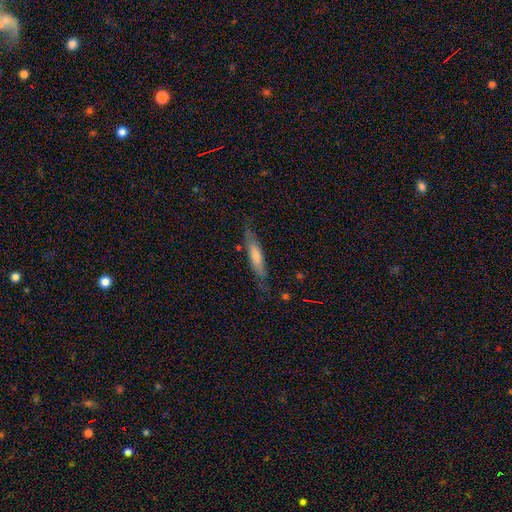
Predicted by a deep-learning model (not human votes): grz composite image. It shows a smooth galaxy with no disk features (54%) that is cigar-shaped (86%). Merging: none (76%).